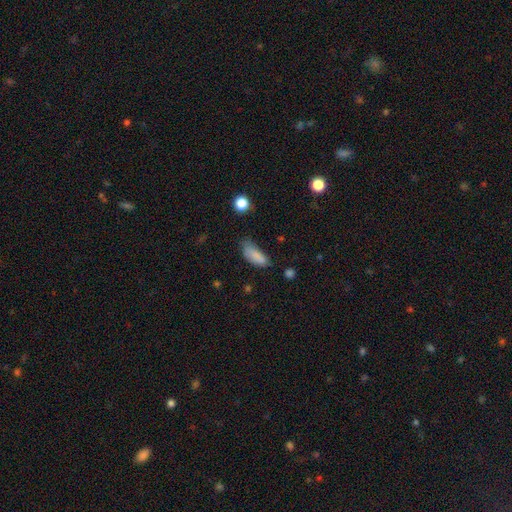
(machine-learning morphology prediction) Smooth or featured? Predicted: smooth (p=0.83). How rounded? Predicted: in between (p=0.75). Merging? Predicted: none (p=0.45).